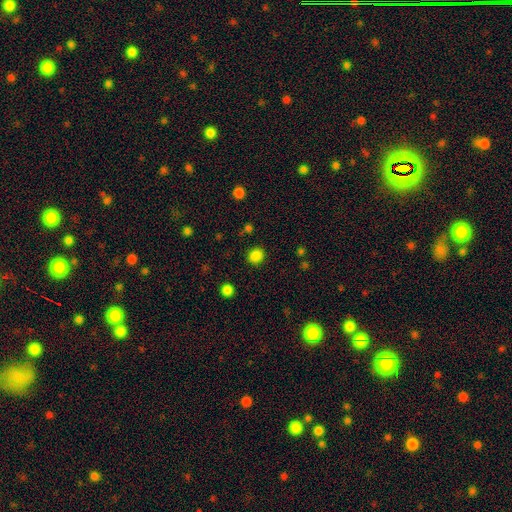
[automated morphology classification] Smooth or featured?
  - smooth: 85% *
  - star or artifact: 12%
  - featured or disk: 3%
How rounded?
  - round: 79% *
  - in between: 20%
  - cigar-shaped: 1%
Merging?
  - none: 88% *
  - minor disturbance: 8%
  - major disturbance: 3%
  - merger: 2%